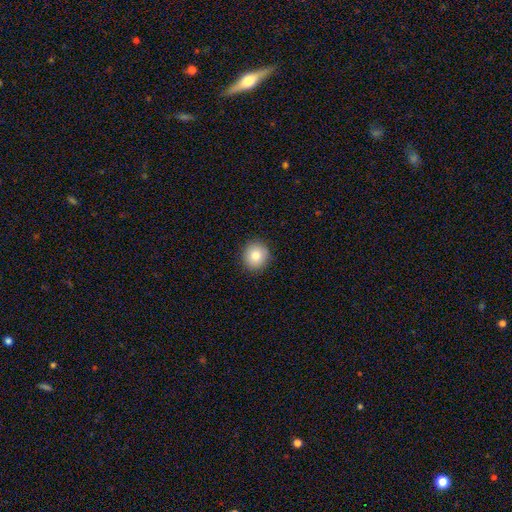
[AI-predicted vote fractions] Smooth or featured? Predicted: smooth (p=0.82). How rounded? Predicted: round (p=0.90). Merging? Predicted: none (p=0.91).